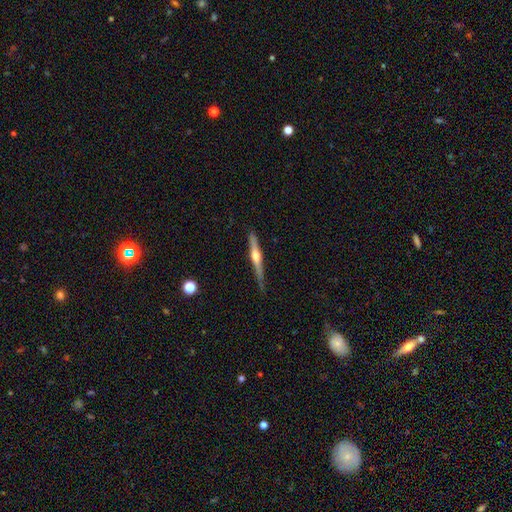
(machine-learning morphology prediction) Smooth or featured? Predicted: featured or disk (p=0.69). Edge-on disk? Predicted: yes (p=0.98). Edge-on bulge? Predicted: rounded (p=0.91). Merging? Predicted: none (p=0.78).